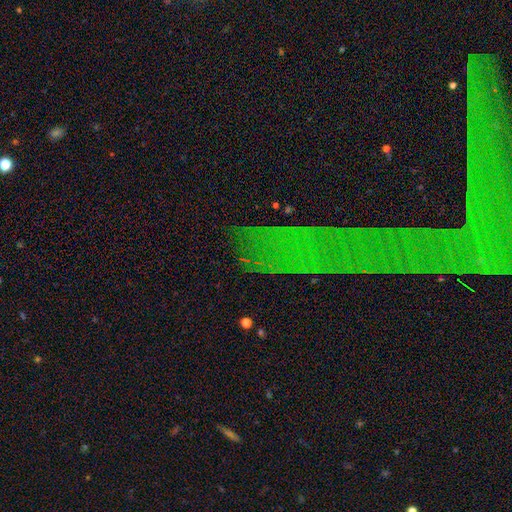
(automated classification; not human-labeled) smooth_or_featured: star or artifact (p=0.69) [alt: featured or disk p=0.18]